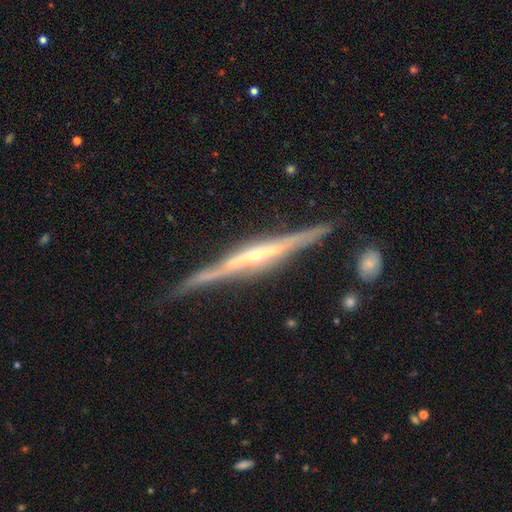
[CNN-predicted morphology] Smooth or featured?
  - featured or disk: 86% *
  - smooth: 9%
  - star or artifact: 6%
Edge-on disk?
  - yes: 97% *
  - no: 3%
Edge-on bulge?
  - rounded: 57% *
  - none: 27%
  - boxy: 15%
Merging?
  - none: 83% *
  - minor disturbance: 12%
  - major disturbance: 3%
  - merger: 2%